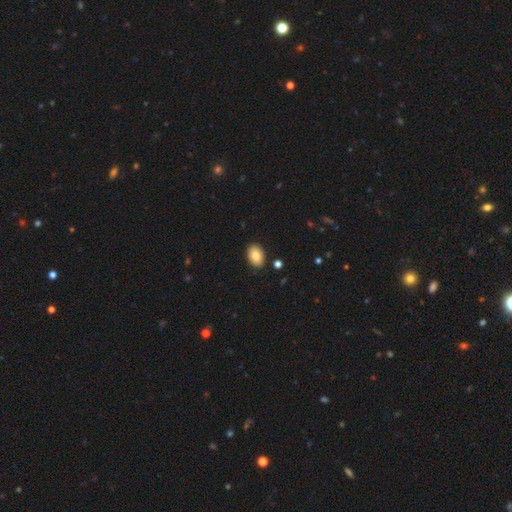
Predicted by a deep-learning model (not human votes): Smooth or featured: smooth — 85% (featured or disk — 8%)
How rounded: in between — 86% (round — 13%)
Merging: none — 89% (minor disturbance — 7%)